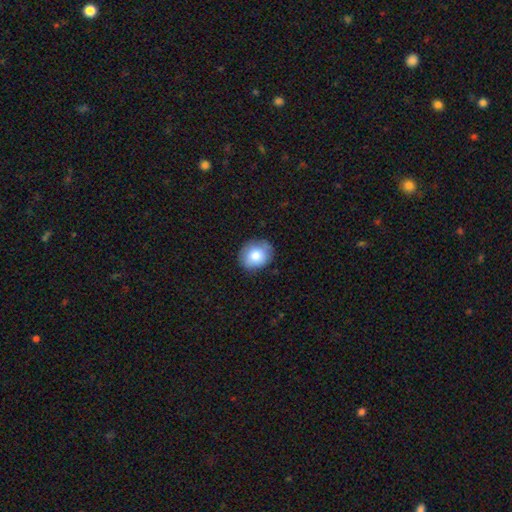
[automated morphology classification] The model was most divided on "how rounded": round: 63%, in between: 36%, cigar-shaped: 1%. More confident: smooth or featured — smooth (81%); merging — none (79%).